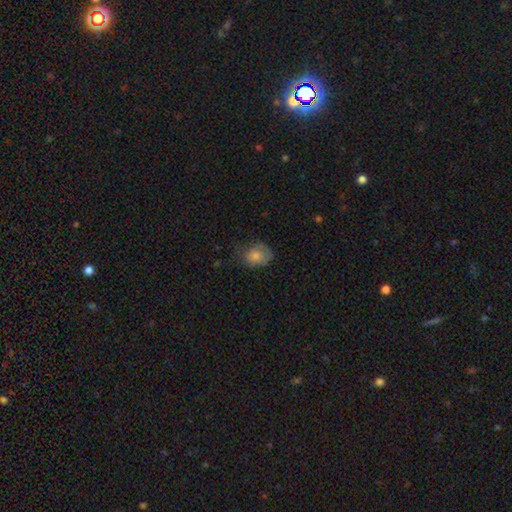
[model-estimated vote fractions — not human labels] smooth_or_featured: smooth (p=0.68) [alt: featured or disk p=0.22]
how_rounded: round (p=0.52) [alt: in between p=0.47]
merging: none (p=0.61) [alt: minor disturbance p=0.27]